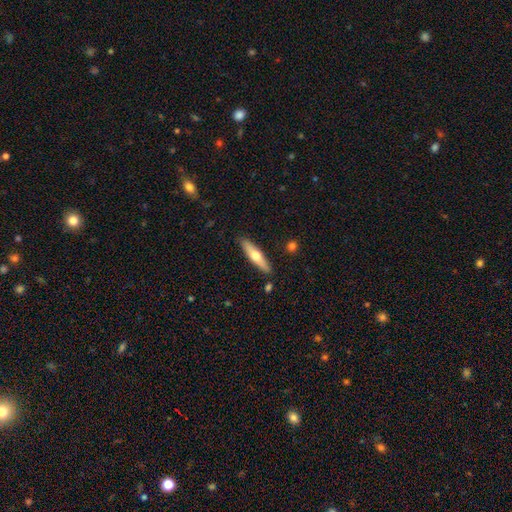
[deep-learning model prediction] smooth-or-featured: smooth: 52% | featured or disk: 43% | star or artifact: 5%
  how-rounded: cigar-shaped: 76% | in between: 22% | round: 2%
  merging: none: 87% | minor disturbance: 9% | merger: 2% | major disturbance: 2%